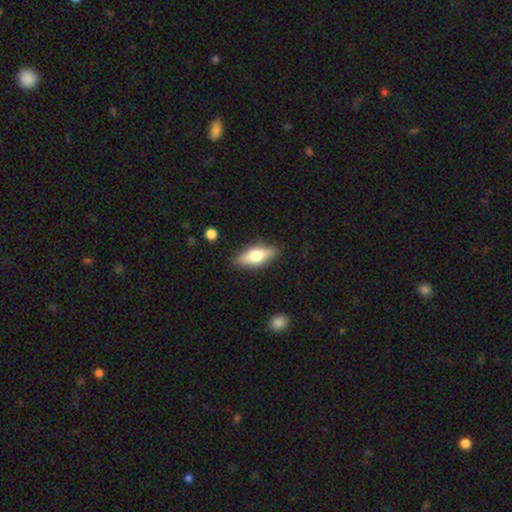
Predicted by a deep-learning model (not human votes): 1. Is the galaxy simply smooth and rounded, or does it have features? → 54% smooth, 39% featured or disk, 7% star or artifact.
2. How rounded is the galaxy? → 66% in between, 30% cigar-shaped, 4% round.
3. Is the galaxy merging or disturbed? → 86% none, 10% minor disturbance, 2% major disturbance, 1% merger.